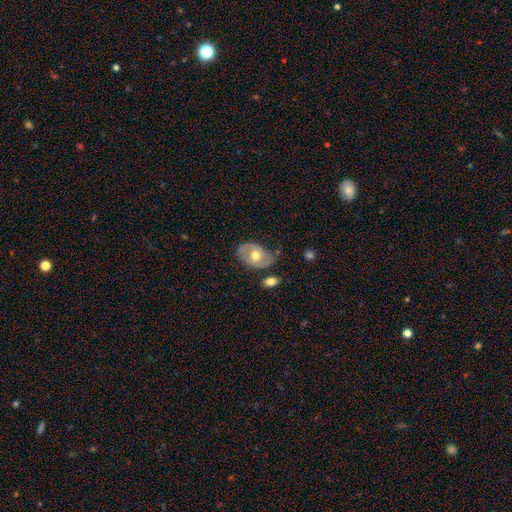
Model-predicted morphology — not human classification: Smooth or featured? featured or disk (52%)
Edge-on disk? no (92%)
Merging? none (62%)